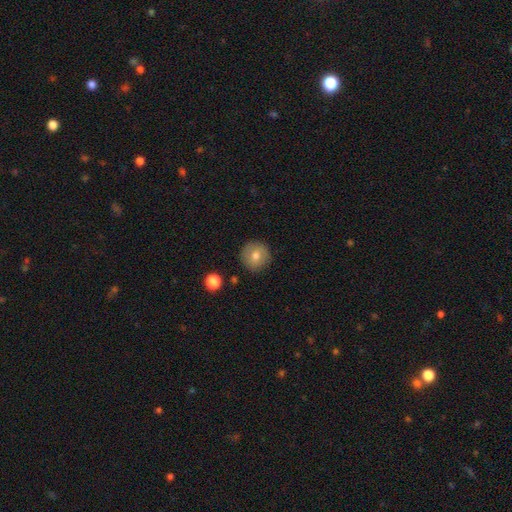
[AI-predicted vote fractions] A smooth galaxy with no disk features (75%) that is round (94%).

Vote fractions:
- Smooth or featured? smooth: 75% / featured or disk: 15% / star or artifact: 9%
- How rounded? round: 94% / in between: 5% / cigar-shaped: 1%
- Merging? none: 89% / minor disturbance: 7% / major disturbance: 2% / merger: 2%